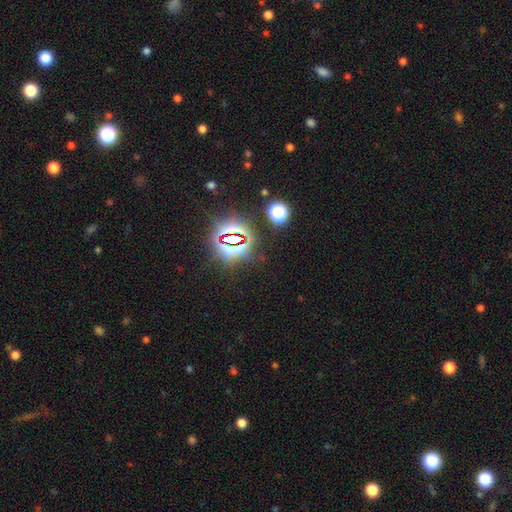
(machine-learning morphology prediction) Smooth or featured: star or artifact — 82% (smooth — 11%)